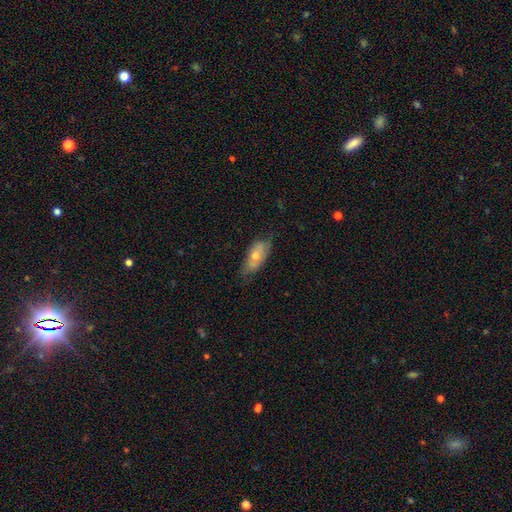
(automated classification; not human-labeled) A smooth galaxy with no disk features (47%). Merging: none (65%).